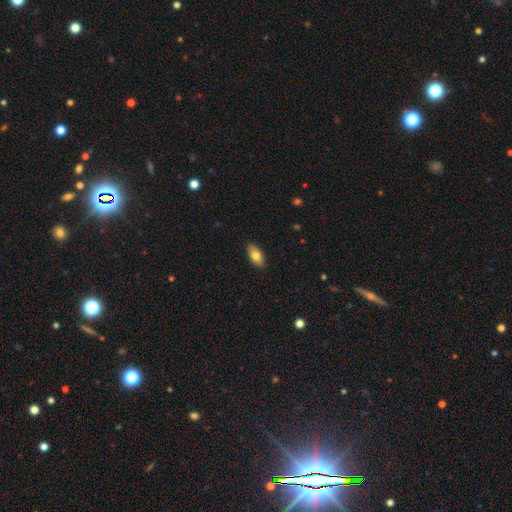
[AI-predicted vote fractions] Overall: smooth (78%). How rounded: in between (90%). Merging: none (89%).